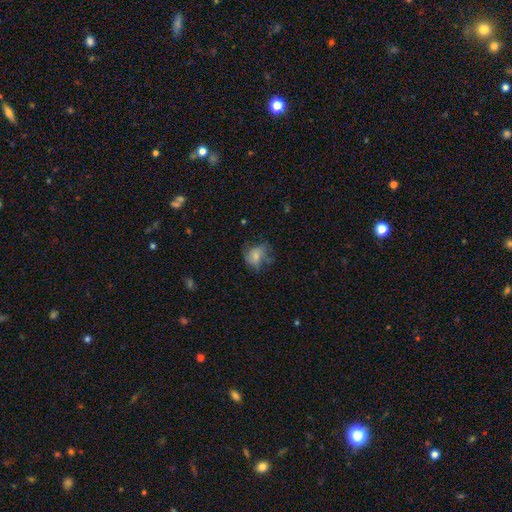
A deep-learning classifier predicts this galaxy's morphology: type=smooth (60%); roundness=round (51%); merging=none (43%).